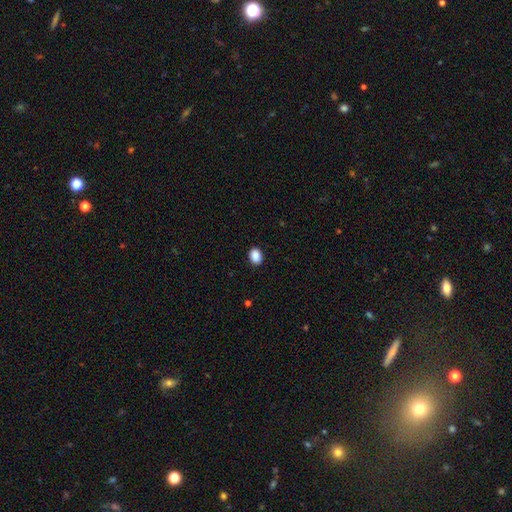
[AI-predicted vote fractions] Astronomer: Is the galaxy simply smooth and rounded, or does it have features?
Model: smooth — 89%.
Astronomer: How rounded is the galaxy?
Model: in between — 66%.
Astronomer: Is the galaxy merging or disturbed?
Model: none — 90%.